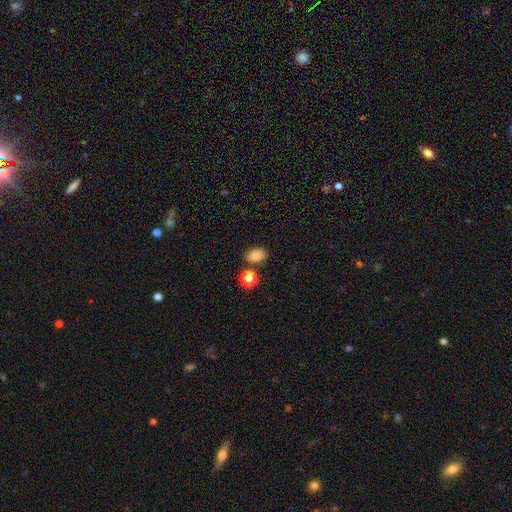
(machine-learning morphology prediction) Smooth or featured?
  - smooth: 84% *
  - star or artifact: 12%
  - featured or disk: 4%
How rounded?
  - in between: 74% *
  - round: 25%
  - cigar-shaped: 1%
Merging?
  - none: 76% *
  - minor disturbance: 12%
  - merger: 8%
  - major disturbance: 3%